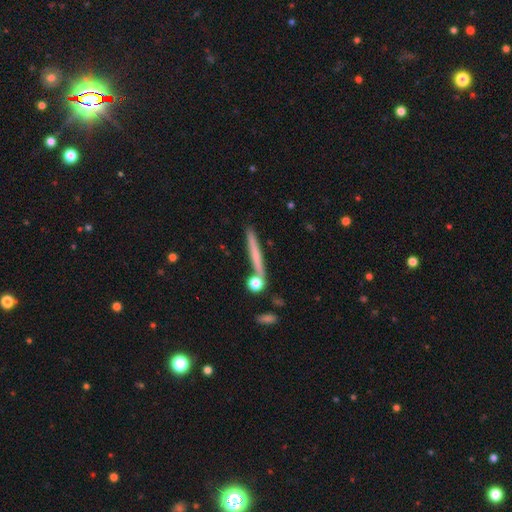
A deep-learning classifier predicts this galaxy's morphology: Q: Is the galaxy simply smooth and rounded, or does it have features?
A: smooth — 52%.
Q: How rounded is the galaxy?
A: cigar-shaped — 94%.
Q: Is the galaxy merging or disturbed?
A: none — 82%.